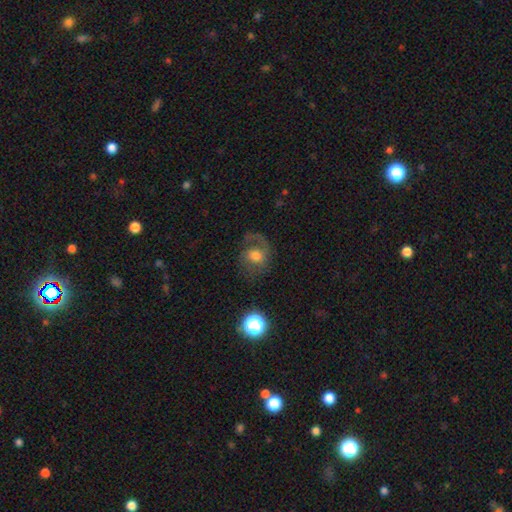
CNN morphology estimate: Smooth or featured? Predicted: featured or disk (p=0.46). Merging? Predicted: none (p=0.50).